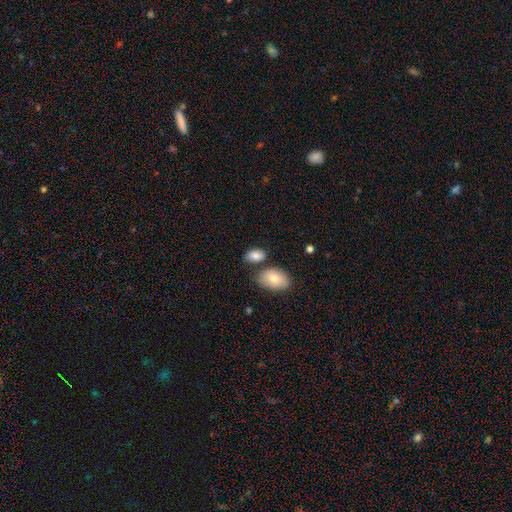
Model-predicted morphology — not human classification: This appears to be a smooth galaxy with no disk features (82%) that is in between round and cigar-shaped (88%). Merging: none (61%).